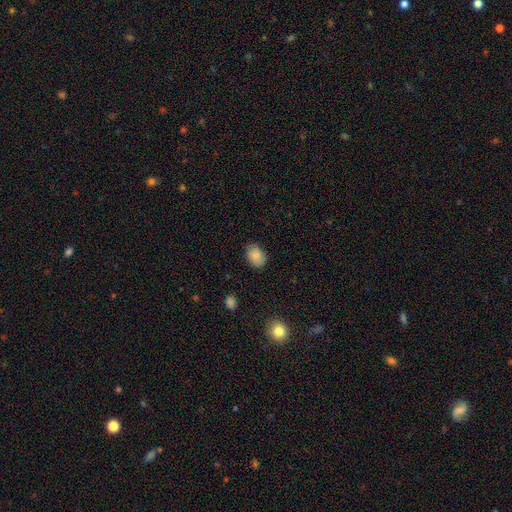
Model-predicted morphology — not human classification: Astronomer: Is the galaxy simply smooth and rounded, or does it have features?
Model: smooth — 83%.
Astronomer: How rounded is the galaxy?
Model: in between — 70%.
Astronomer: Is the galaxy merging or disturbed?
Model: none — 78%.